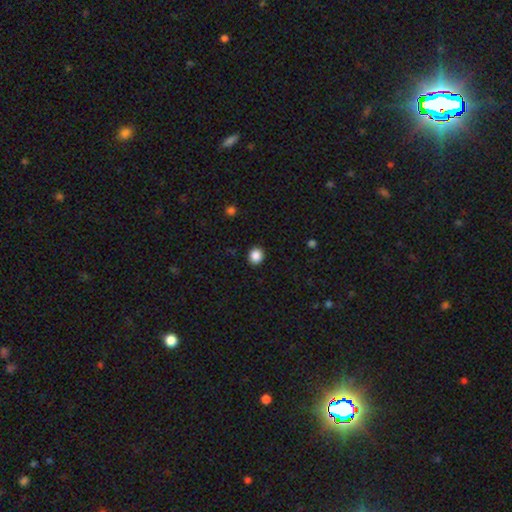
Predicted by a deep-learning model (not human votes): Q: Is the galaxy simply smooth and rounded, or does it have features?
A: smooth — 87%.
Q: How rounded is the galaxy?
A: round — 82%.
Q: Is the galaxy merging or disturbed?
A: none — 92%.